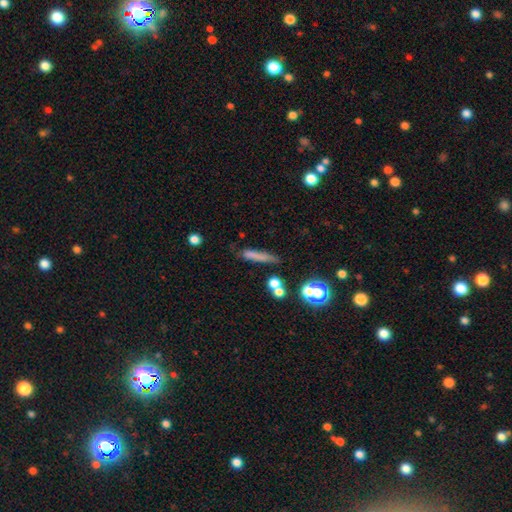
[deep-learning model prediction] Smooth or featured? smooth (66%)
How rounded? cigar-shaped (86%)
Merging? none (65%)